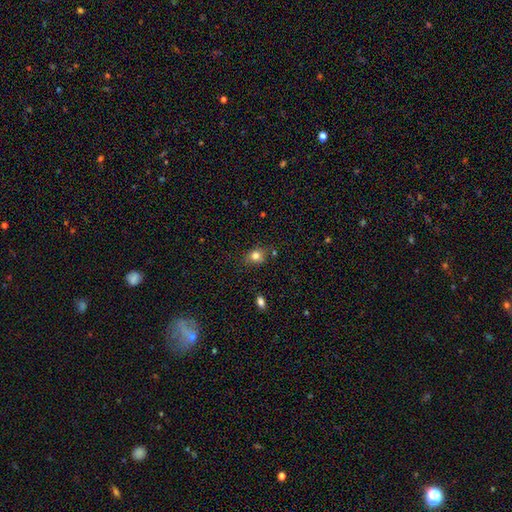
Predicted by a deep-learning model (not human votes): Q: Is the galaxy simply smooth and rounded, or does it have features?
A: smooth — 80%.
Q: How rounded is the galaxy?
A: round — 52%.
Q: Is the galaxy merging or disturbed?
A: none — 72%.